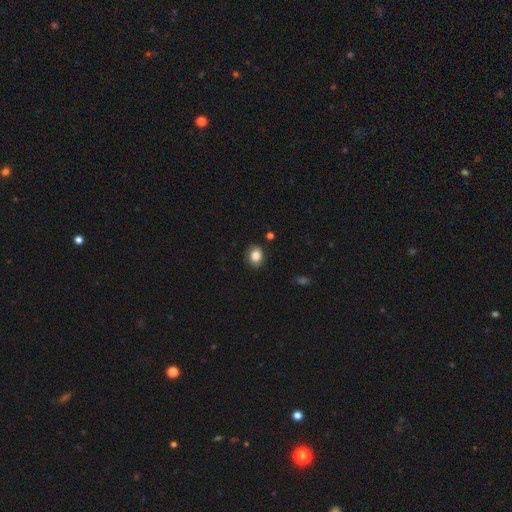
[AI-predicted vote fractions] The model was most divided on "how rounded": in between: 56%, round: 44%, cigar-shaped: 1%. More confident: smooth or featured — smooth (85%); merging — none (81%).